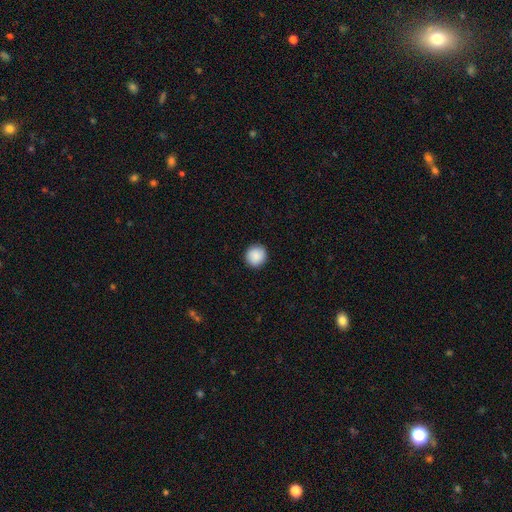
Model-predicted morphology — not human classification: Overall: smooth (90%). How rounded: round (94%). Merging: none (93%).